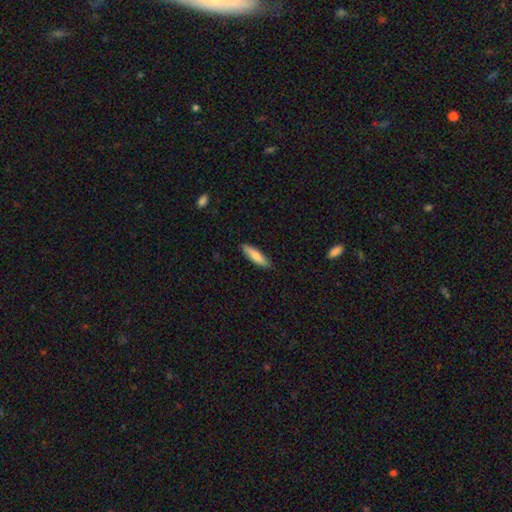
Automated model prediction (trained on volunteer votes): This is likely a smooth galaxy (75%). How rounded: likely cigar-shaped (73%). Merging: clearly none (88%).